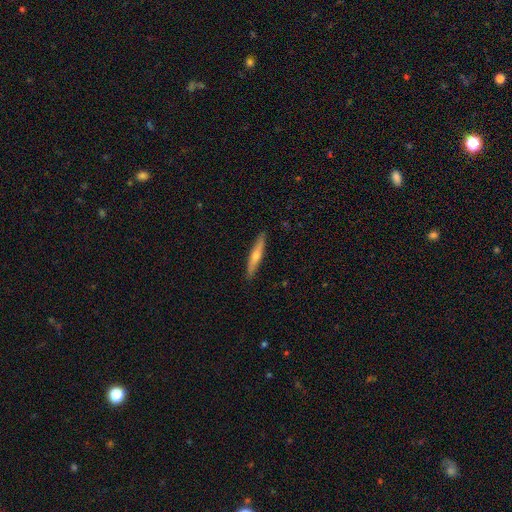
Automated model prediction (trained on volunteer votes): Smooth or featured: featured or disk — 48% (smooth — 46%)
Merging: none — 90% (minor disturbance — 7%)